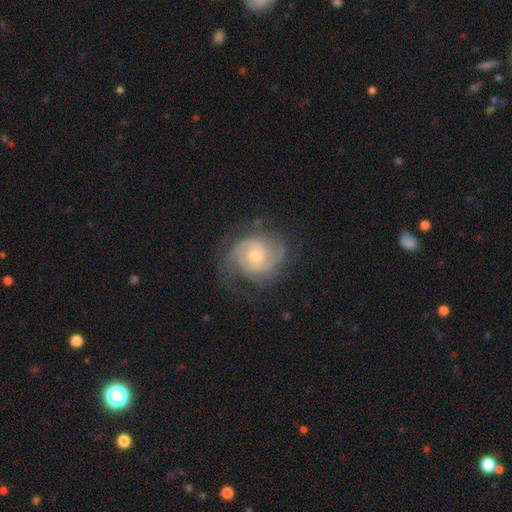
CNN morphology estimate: smooth_or_featured: featured or disk (p=0.86) [alt: smooth p=0.09]
disk_edge_on: no (p=0.98) [alt: yes p=0.02]
bar: no (p=0.54) [alt: weak p=0.40]
has_spiral_arms: yes (p=0.97) [alt: no p=0.03]
spiral_winding: tight (p=0.58) [alt: medium p=0.35]
spiral_arm_count: 2 (p=0.60) [alt: can't tell p=0.15]
bulge_size: moderate (p=0.49) [alt: small p=0.43]
merging: none (p=0.69) [alt: minor disturbance p=0.19]